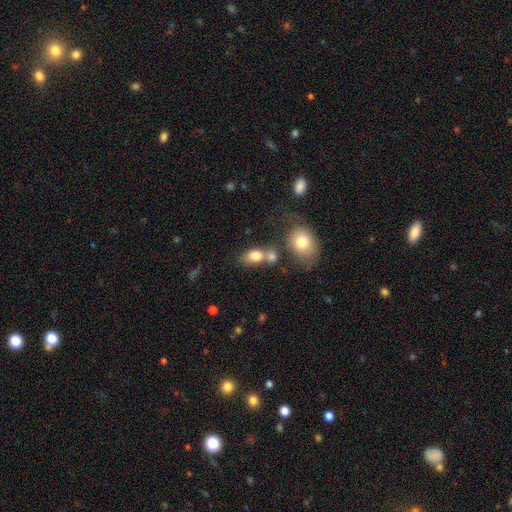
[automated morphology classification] This is likely a smooth galaxy (80%). How rounded: likely in between (77%). Merging: marginally merger (44%).